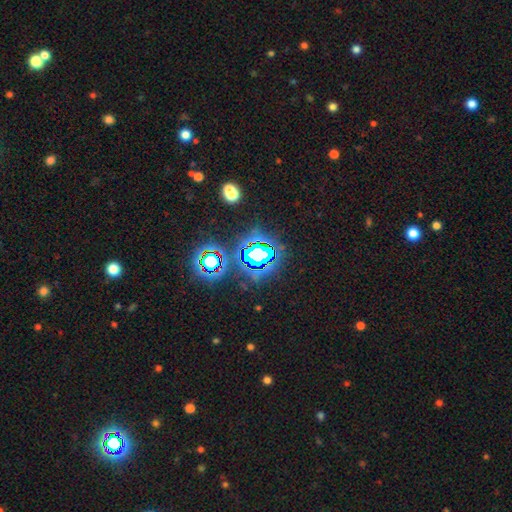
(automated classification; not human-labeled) The model was most divided on "smooth or featured": star or artifact: 78%, smooth: 13%, featured or disk: 10%.